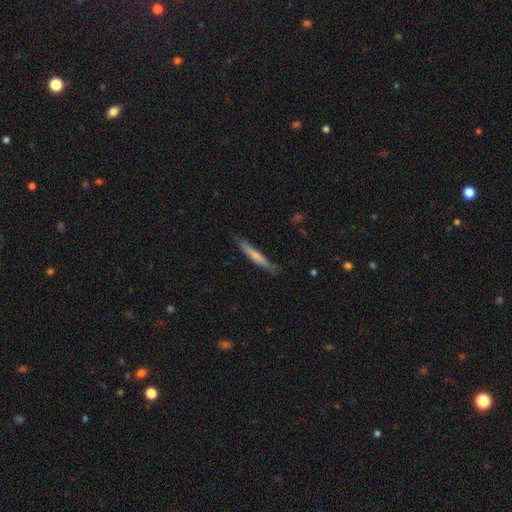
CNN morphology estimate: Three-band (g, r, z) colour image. It shows a smooth galaxy with no disk features (60%) that is cigar-shaped (95%). Merging: none (81%).